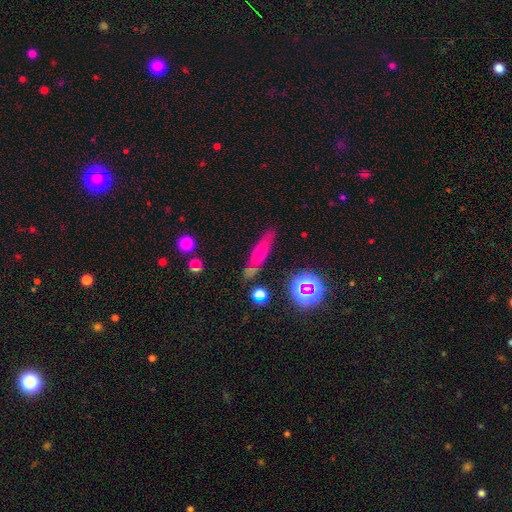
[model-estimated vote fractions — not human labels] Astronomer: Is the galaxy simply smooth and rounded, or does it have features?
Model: smooth — 54% (runner-up: featured or disk, 32%).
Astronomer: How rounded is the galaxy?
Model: cigar-shaped — 70%.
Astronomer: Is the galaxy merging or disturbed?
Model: none — 71%.